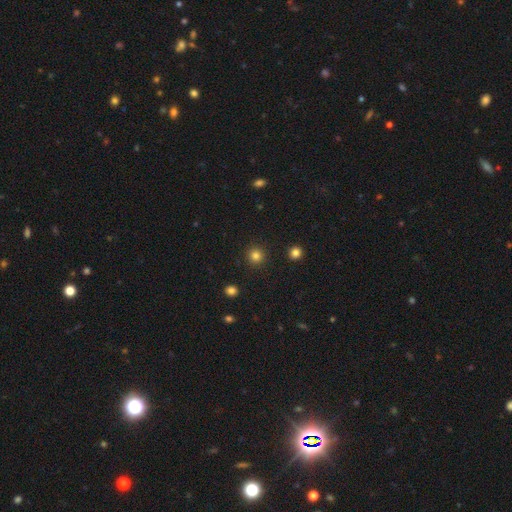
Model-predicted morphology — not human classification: The model was most divided on "smooth or featured": smooth: 83%, star or artifact: 13%, featured or disk: 4%. More confident: how rounded — round (94%); merging — none (92%).